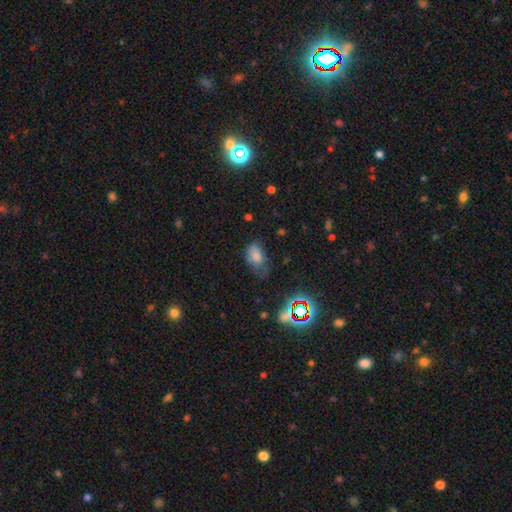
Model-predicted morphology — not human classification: Smooth or featured: smooth — 74% (star or artifact — 15%)
How rounded: in between — 86% (round — 12%)
Merging: none — 43% (minor disturbance — 36%)